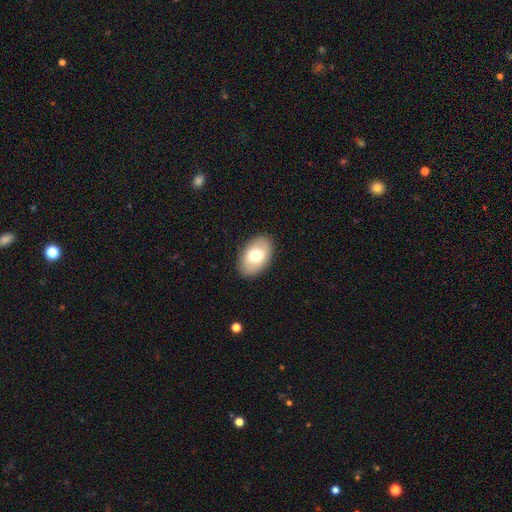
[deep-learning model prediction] Overall: smooth (70%). How rounded: in between (90%). Merging: none (88%).